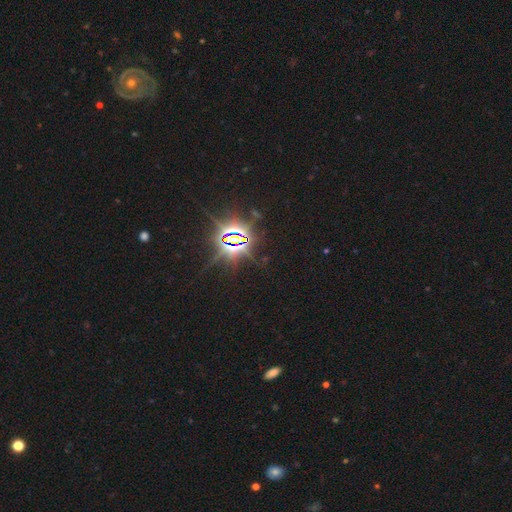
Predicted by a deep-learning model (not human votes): Morphology: type=star or artifact (85%).